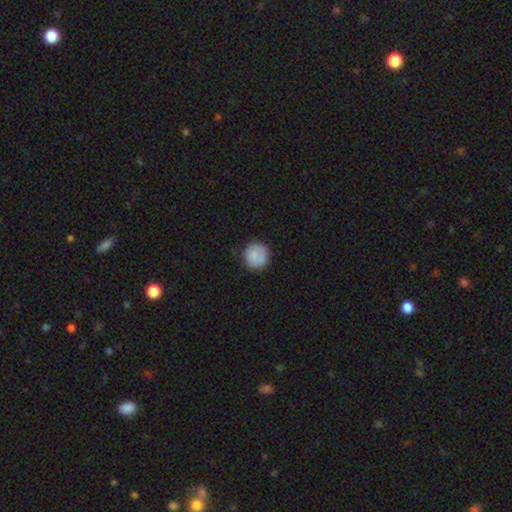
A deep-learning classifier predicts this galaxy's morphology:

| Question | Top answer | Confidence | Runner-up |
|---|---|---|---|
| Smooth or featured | smooth | 81% | featured or disk (11%) |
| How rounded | round | 94% | in between (5%) |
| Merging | none | 84% | minor disturbance (11%) |